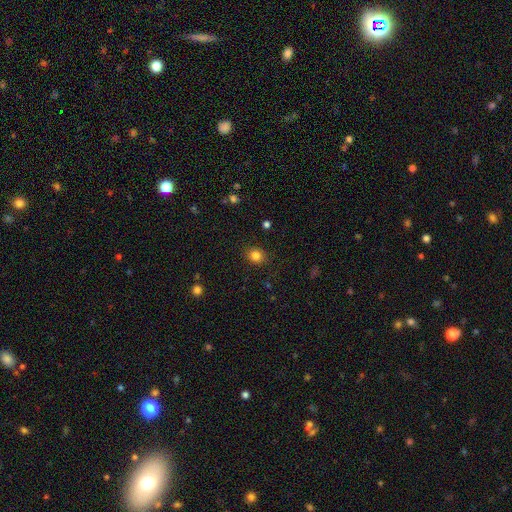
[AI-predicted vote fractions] The model was most divided on "how rounded": round: 72%, in between: 27%, cigar-shaped: 1%. More confident: merging — none (88%); smooth or featured — smooth (83%).